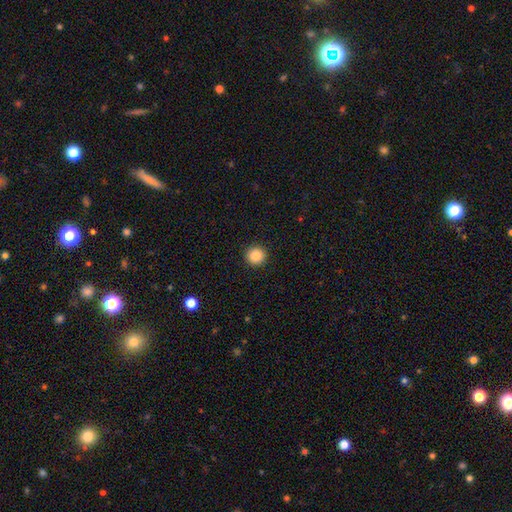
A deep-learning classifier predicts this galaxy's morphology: Q: Smooth or featured?
A: smooth (87%); runner-up: star or artifact (10%)
Q: How rounded?
A: round (95%); runner-up: in between (4%)
Q: Merging?
A: none (93%); runner-up: minor disturbance (4%)